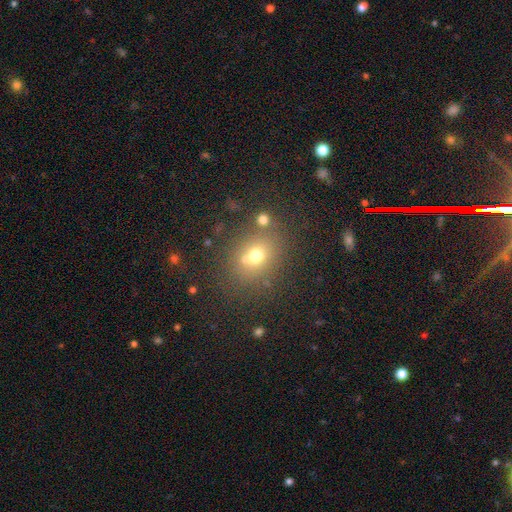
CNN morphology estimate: Overall: smooth (66%). How rounded: round (63%; in between 36%). Merging: none (67%).